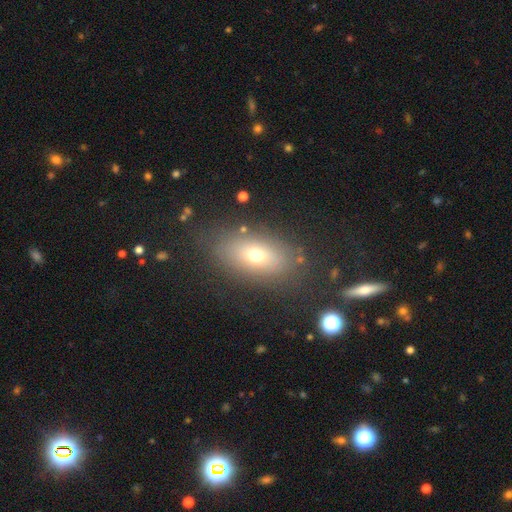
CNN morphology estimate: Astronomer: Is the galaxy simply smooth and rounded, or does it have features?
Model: smooth — 65%.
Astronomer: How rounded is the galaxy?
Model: in between — 83%.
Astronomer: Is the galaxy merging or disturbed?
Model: none — 79%.